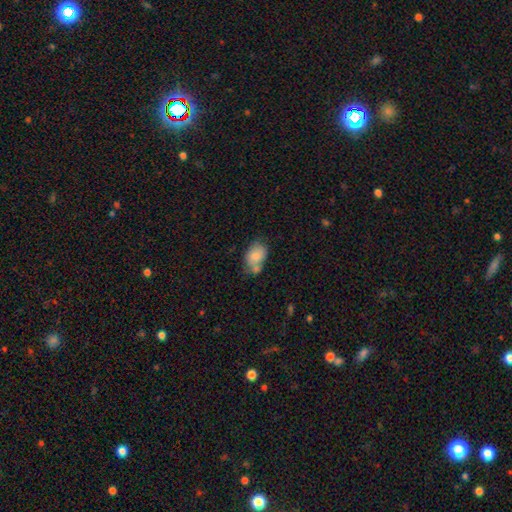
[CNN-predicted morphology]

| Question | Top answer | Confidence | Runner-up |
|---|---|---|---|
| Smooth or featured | smooth | 77% | featured or disk (15%) |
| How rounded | in between | 81% | round (18%) |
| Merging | none | 42% | merger (29%) |